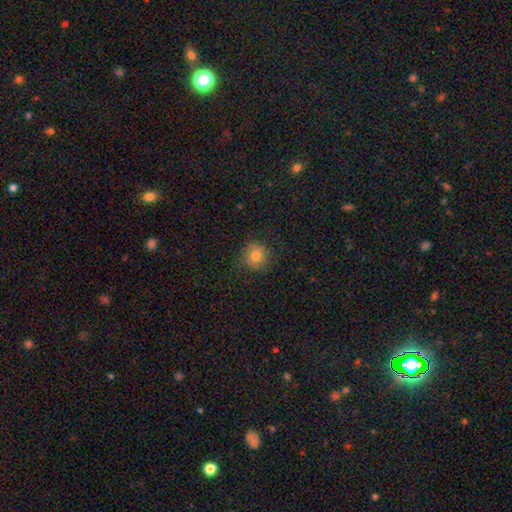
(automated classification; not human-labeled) A smooth galaxy with no disk features (74%) that is round (87%). Merging: none (80%).